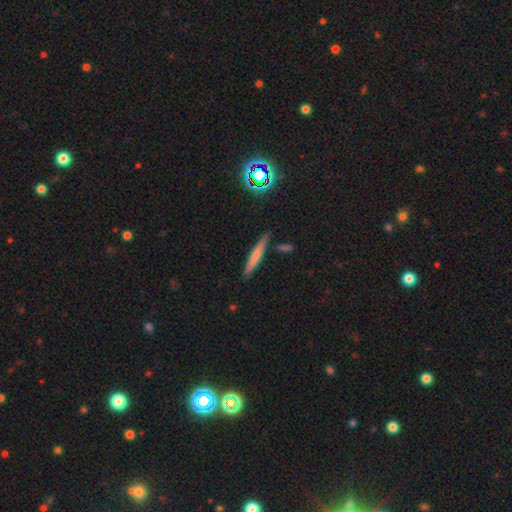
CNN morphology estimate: A smooth galaxy with no disk features (62%) that is cigar-shaped (93%).

Vote fractions:
- Smooth or featured? smooth: 62% / featured or disk: 29% / star or artifact: 9%
- How rounded? cigar-shaped: 93% / in between: 5% / round: 2%
- Merging? none: 83% / minor disturbance: 11% / merger: 4% / major disturbance: 2%